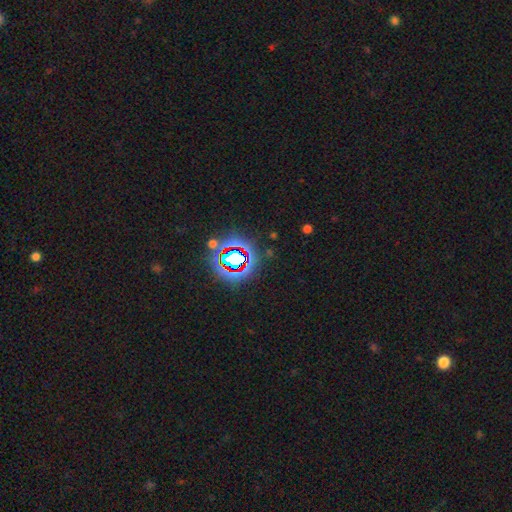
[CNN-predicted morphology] A star or artifact, not a galaxy (80%).

Vote fractions:
- Smooth or featured? star or artifact: 80% / smooth: 12% / featured or disk: 8%